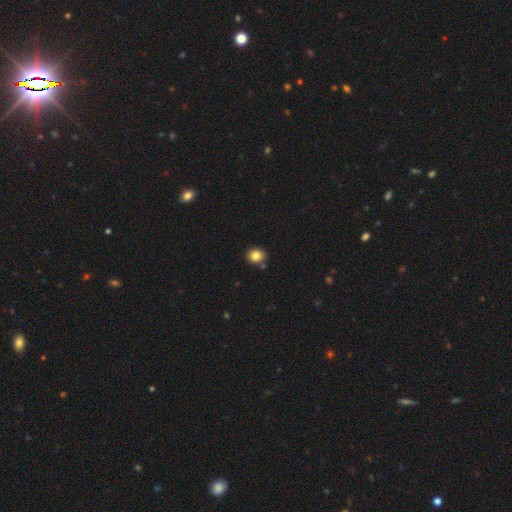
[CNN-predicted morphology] This is clearly a smooth galaxy (83%). How rounded: likely round (80%). Merging: clearly none (84%).